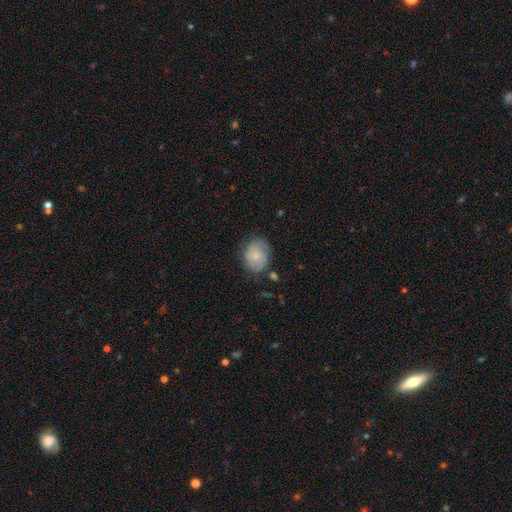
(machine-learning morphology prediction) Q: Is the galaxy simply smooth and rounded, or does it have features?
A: smooth — 73%.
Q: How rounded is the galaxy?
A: round — 52%.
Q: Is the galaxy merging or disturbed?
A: none — 66%.